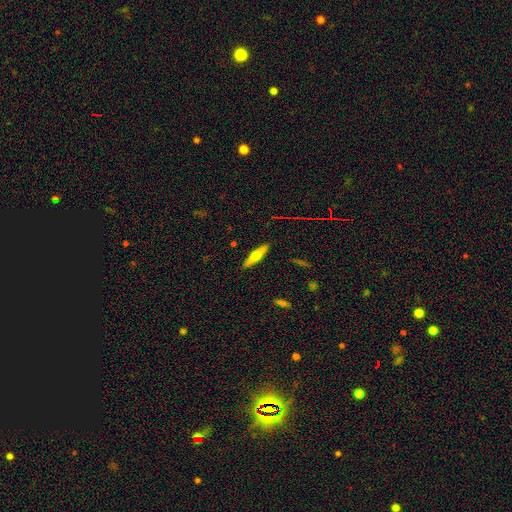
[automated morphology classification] Overall: featured or disk (51%; smooth 42%). Edge-on disk: yes (94%). Merging: none (90%).